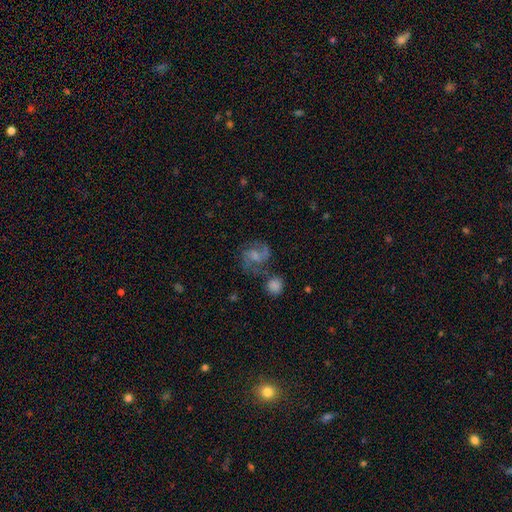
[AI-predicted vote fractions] featured or disk 65%, smooth 25%, star or artifact 10%. Down the decision tree: edge-on disk — no (98%); bar — weak (48%); spiral arms — yes (90%); spiral arm count — 2 (84%); spiral winding — medium (52%); bulge size — small (37%); merging — none (56%).